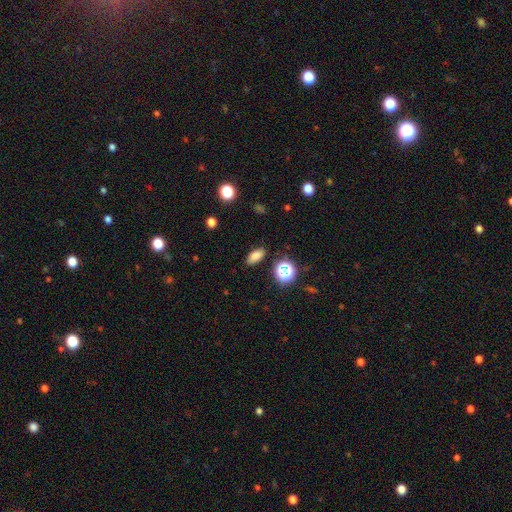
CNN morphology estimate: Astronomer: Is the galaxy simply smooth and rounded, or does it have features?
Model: smooth — 77%.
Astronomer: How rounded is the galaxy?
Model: in between — 84%.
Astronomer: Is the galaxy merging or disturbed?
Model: none — 85%.